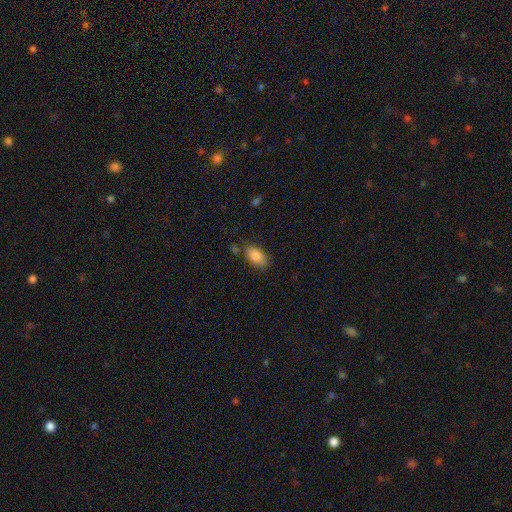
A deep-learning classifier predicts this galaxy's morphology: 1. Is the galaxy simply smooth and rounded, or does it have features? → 85% smooth, 8% featured or disk, 7% star or artifact.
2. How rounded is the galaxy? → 92% in between, 5% round, 3% cigar-shaped.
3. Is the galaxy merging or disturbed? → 74% none, 17% minor disturbance, 6% merger, 4% major disturbance.